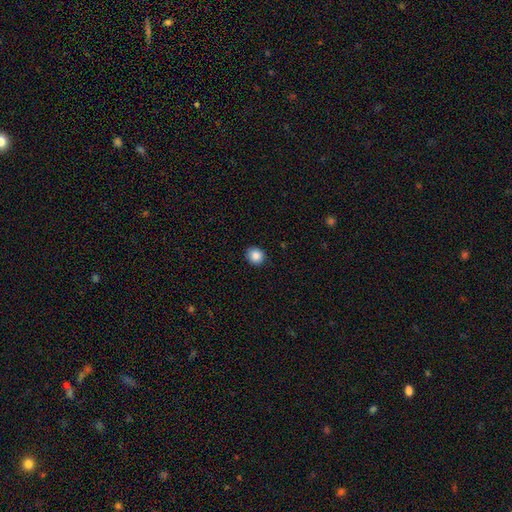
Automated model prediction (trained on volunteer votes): A smooth galaxy with no disk features (87%) that is round (84%). Merging: none (90%).